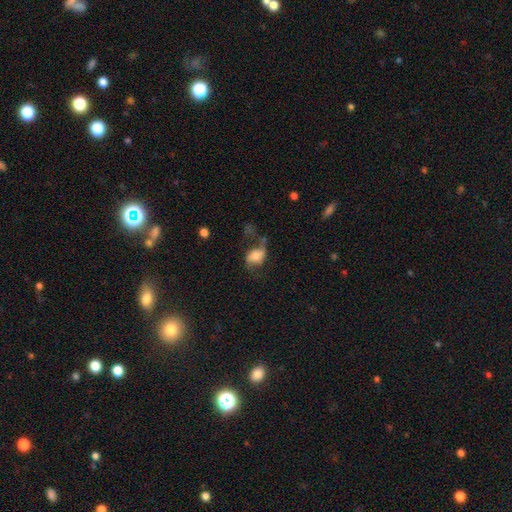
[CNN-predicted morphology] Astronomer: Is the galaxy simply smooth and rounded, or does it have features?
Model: smooth — 51% (runner-up: featured or disk, 39%).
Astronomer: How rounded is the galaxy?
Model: in between — 74%.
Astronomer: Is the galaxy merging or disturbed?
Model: major disturbance — 35% (runner-up: none, 32%).